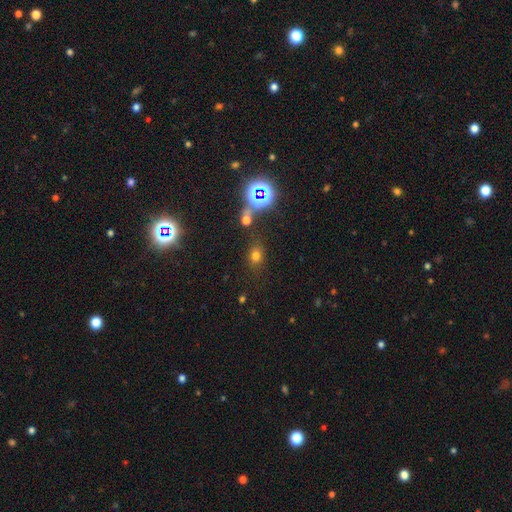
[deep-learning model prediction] smooth_or_featured: smooth (p=0.65) [alt: star or artifact p=0.27]
how_rounded: round (p=0.55) [alt: in between p=0.43]
merging: none (p=0.75) [alt: minor disturbance p=0.12]